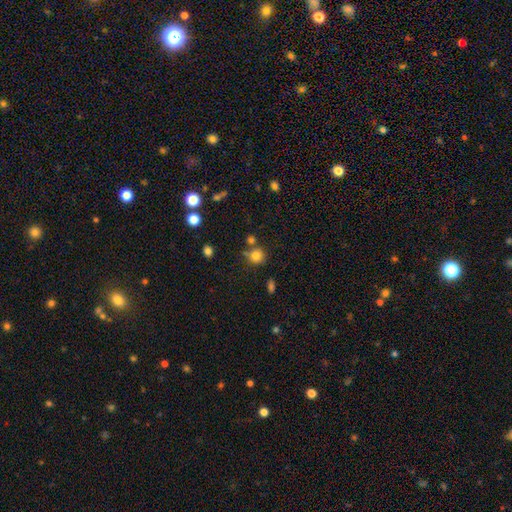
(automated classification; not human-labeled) This appears to be a smooth galaxy with no disk features (79%) that is round (86%). Merging: none (67%).